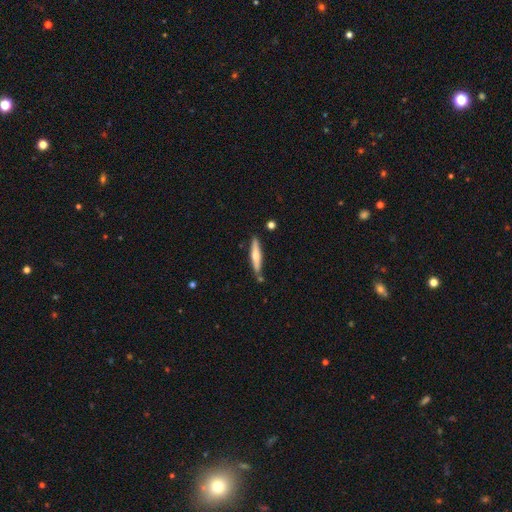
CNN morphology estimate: type=smooth (49%); merging=none (80%).